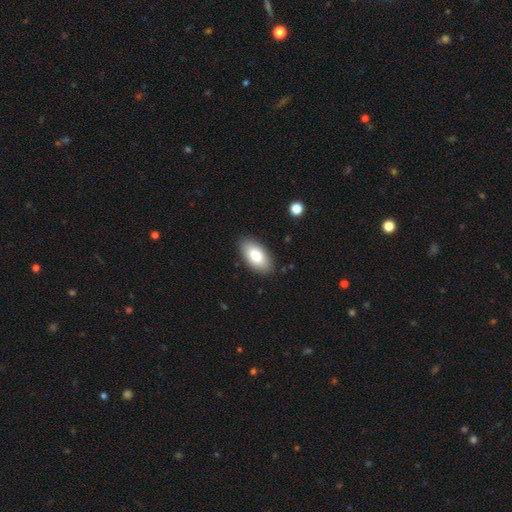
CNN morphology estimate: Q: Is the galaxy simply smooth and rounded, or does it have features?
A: smooth — 82%.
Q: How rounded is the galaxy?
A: in between — 94%.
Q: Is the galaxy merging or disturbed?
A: none — 87%.